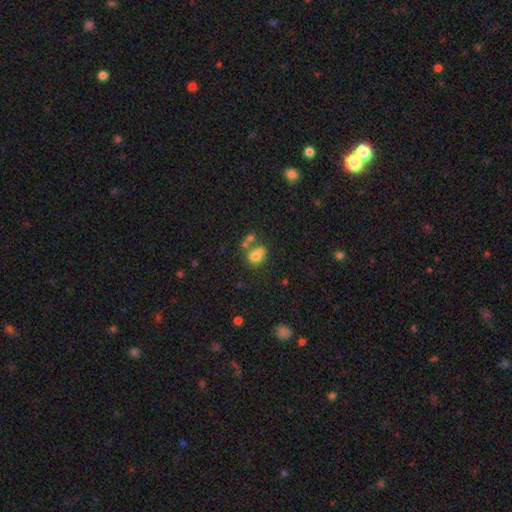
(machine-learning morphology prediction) Overall: smooth (67%). How rounded: round (58%; in between 41%). Merging: merger (49%; none 32%).